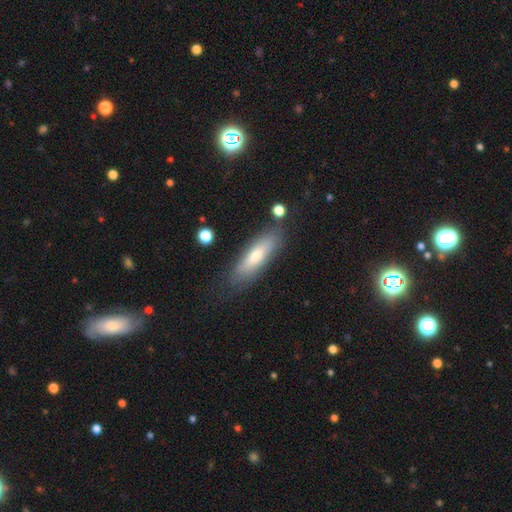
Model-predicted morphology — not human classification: A smooth galaxy with no disk features (65%) that is cigar-shaped (53%). Merging: none (74%).